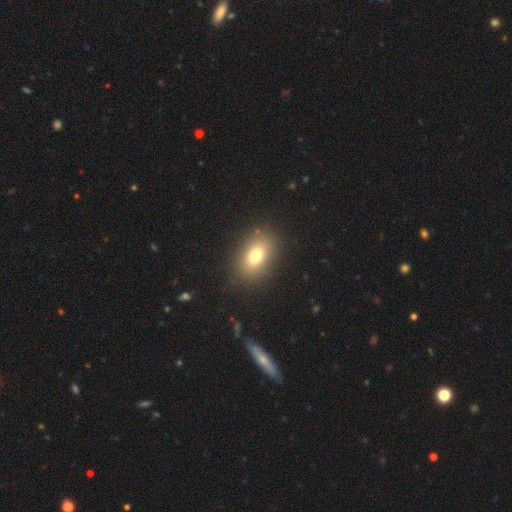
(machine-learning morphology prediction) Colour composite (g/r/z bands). It shows a smooth galaxy with no disk features (77%) that is in between round and cigar-shaped (81%). Merging: none (87%).